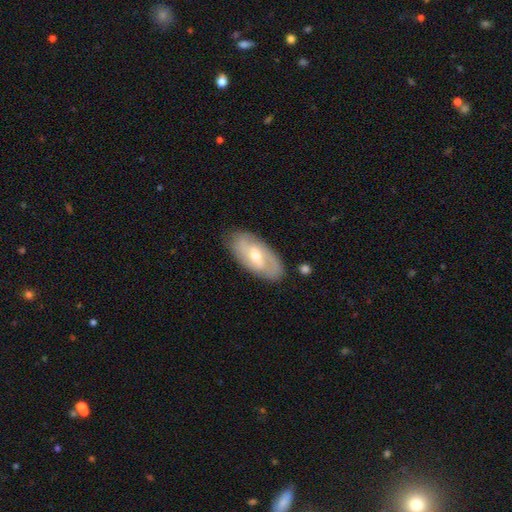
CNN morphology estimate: This is likely a featured or disk galaxy (68%). It is clearly not viewed edge-on (91%). Bar: possibly weak (50%). Spiral arm pattern: clearly yes (81%). Spiral arm count: likely 2 (62%). Spiral winding: marginally tight (41%). Central bulge: possibly moderate (51%). Merging: clearly none (81%).